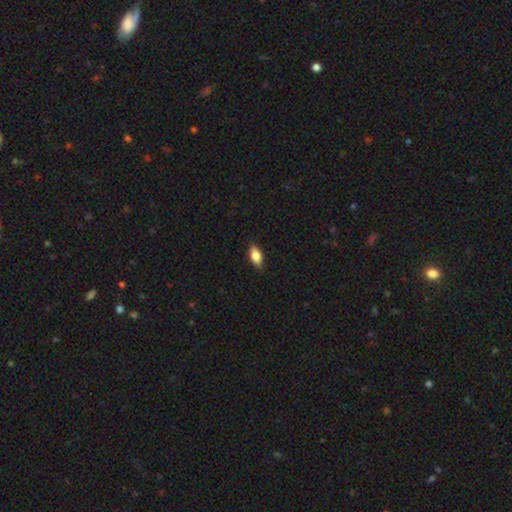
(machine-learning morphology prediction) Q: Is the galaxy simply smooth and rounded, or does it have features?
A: smooth — 80%.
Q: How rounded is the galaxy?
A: in between — 88%.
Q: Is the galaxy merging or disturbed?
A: none — 87%.